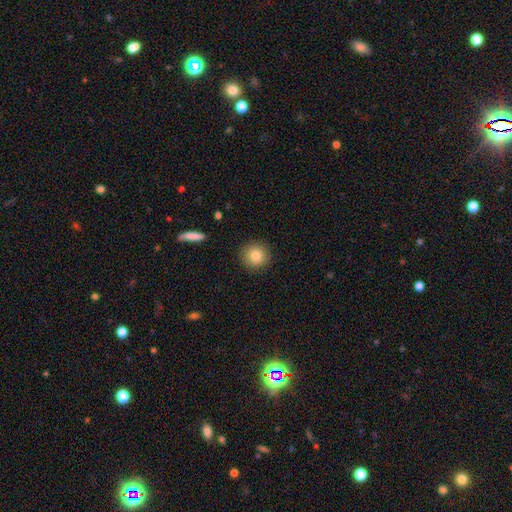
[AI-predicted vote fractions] A smooth galaxy with no disk features (85%) that is round (92%). Merging: none (90%).